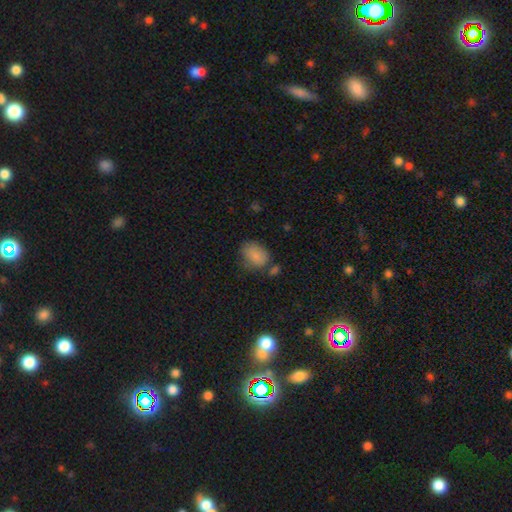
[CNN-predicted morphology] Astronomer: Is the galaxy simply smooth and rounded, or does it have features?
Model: smooth — 83%.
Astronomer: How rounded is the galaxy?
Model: in between — 70%.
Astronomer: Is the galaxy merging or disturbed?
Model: none — 56%.